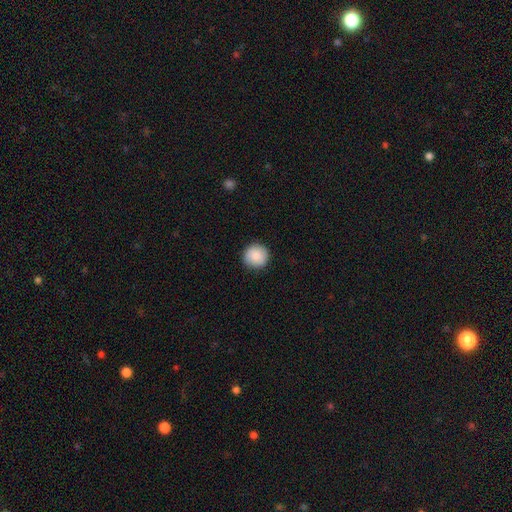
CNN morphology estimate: Q: Smooth or featured?
A: smooth (88%); runner-up: star or artifact (7%)
Q: How rounded?
A: round (95%); runner-up: in between (4%)
Q: Merging?
A: none (90%); runner-up: minor disturbance (7%)